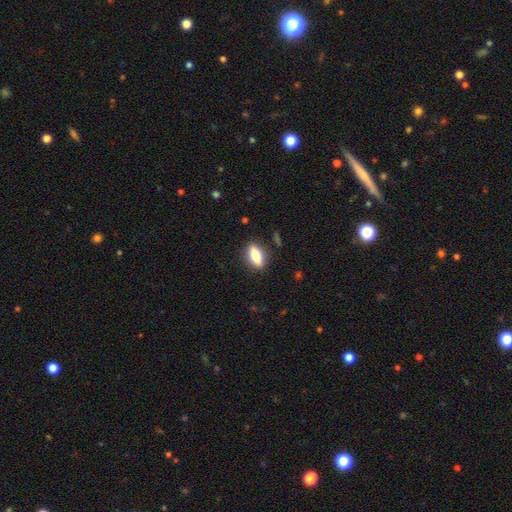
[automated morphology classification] A smooth galaxy with no disk features (67%) that is in between round and cigar-shaped (69%).

Vote fractions:
- Smooth or featured? smooth: 67% / featured or disk: 26% / star or artifact: 7%
- How rounded? in between: 69% / cigar-shaped: 26% / round: 5%
- Merging? none: 86% / minor disturbance: 10% / major disturbance: 3% / merger: 1%